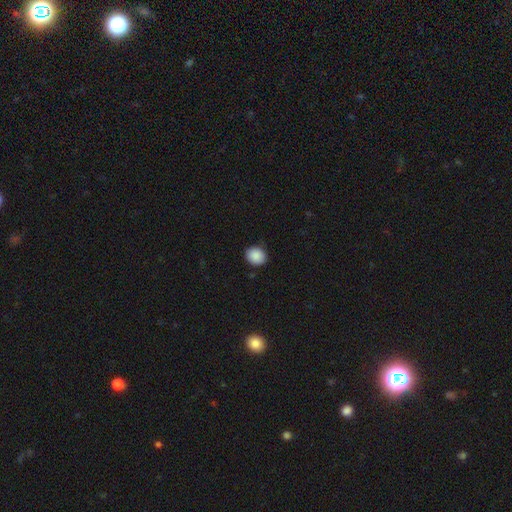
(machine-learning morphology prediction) smooth-or-featured: smooth: 89% | star or artifact: 8% | featured or disk: 3%
  how-rounded: round: 57% | in between: 42% | cigar-shaped: 1%
  merging: none: 86% | minor disturbance: 11% | major disturbance: 2% | merger: 1%